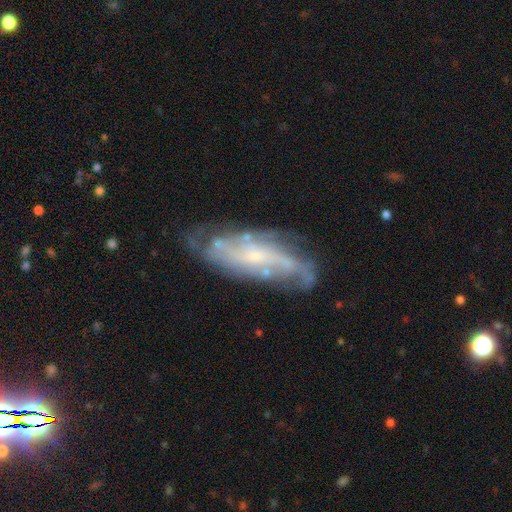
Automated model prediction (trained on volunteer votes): A featured or disk galaxy (76%) with no bar (60%), medium (38%) spiral arms (83%) and a small central bulge (66%). Merging: none (64%).